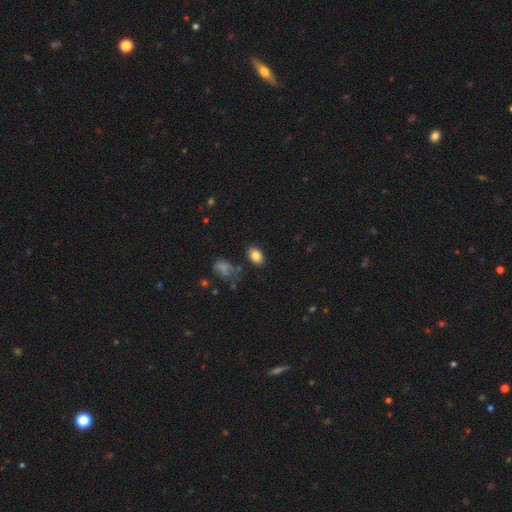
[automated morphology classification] A smooth galaxy with no disk features (84%) that is in between round and cigar-shaped (82%).

Vote fractions:
- Smooth or featured? smooth: 84% / star or artifact: 9% / featured or disk: 7%
- How rounded? in between: 82% / round: 17% / cigar-shaped: 1%
- Merging? none: 81% / minor disturbance: 12% / major disturbance: 4% / merger: 3%